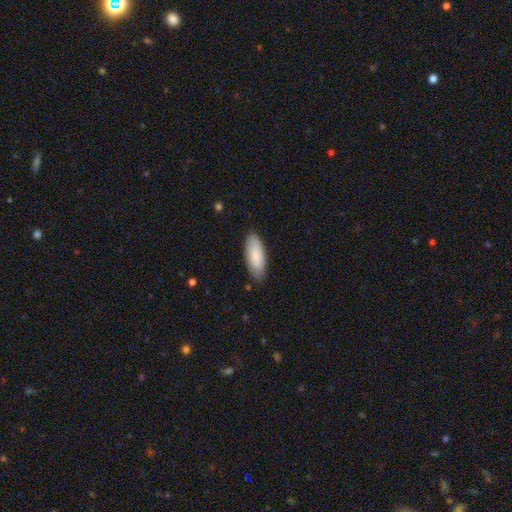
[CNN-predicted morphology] type=smooth (83%); roundness=in between (81%); merging=none (83%).